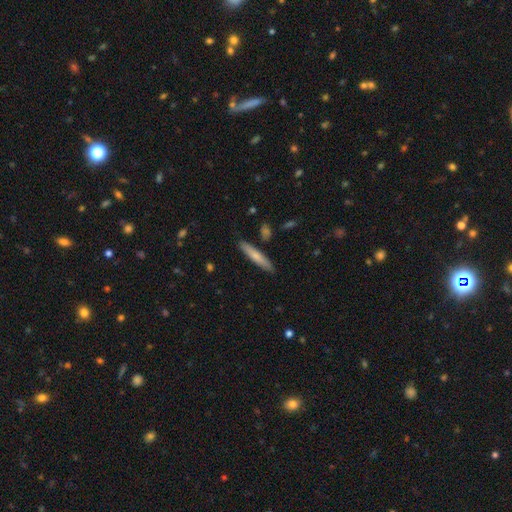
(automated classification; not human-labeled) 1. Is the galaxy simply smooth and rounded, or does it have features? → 68% smooth, 26% featured or disk, 6% star or artifact.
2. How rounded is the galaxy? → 91% cigar-shaped, 8% in between, 1% round.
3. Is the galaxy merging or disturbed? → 87% none, 9% minor disturbance, 2% merger, 2% major disturbance.